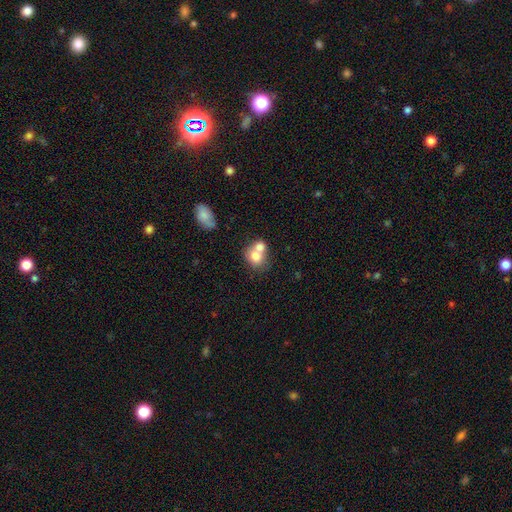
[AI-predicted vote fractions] Q: Smooth or featured?
A: smooth (73%); runner-up: featured or disk (18%)
Q: How rounded?
A: round (63%); runner-up: in between (36%)
Q: Merging?
A: merger (64%); runner-up: none (25%)